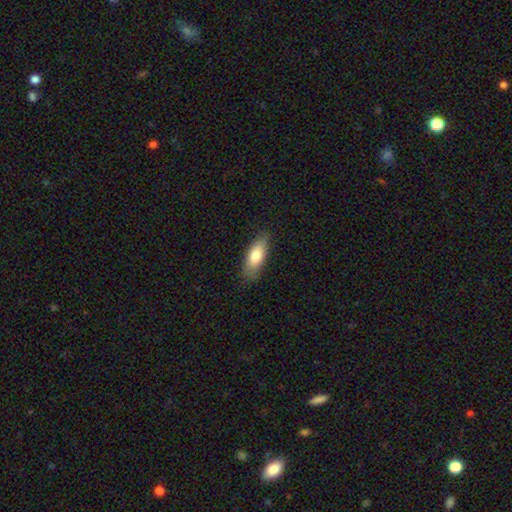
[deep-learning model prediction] smooth 76%, featured or disk 18%, star or artifact 6%. Down the decision tree: how rounded — in between (75%); merging — none (81%).